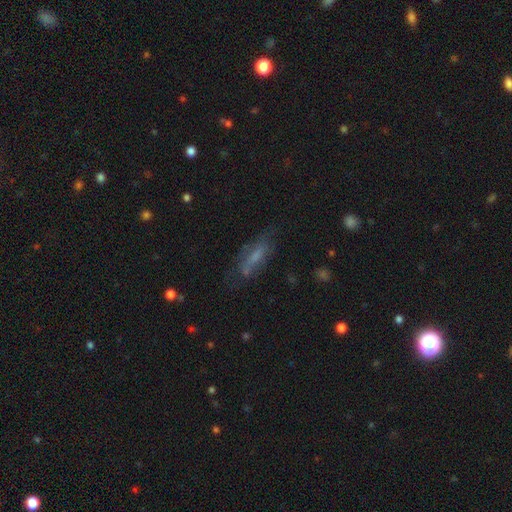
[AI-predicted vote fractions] This appears to be a smooth galaxy with no disk features (50%). Merging: none (58%).